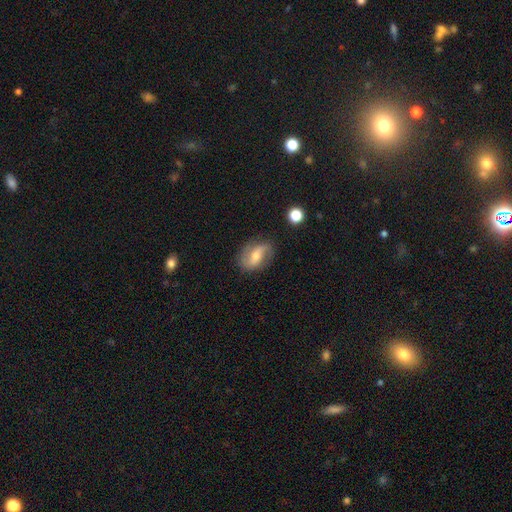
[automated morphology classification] Q: Smooth or featured?
A: featured or disk (67%); runner-up: smooth (25%)
Q: Edge-on disk?
A: no (95%); runner-up: yes (5%)
Q: Bar?
A: weak (41%); runner-up: no (34%)
Q: Spiral arms?
A: yes (88%); runner-up: no (12%)
Q: Spiral winding?
A: loose (46%); runner-up: medium (36%)
Q: Spiral arm count?
A: 2 (82%); runner-up: can't tell (8%)
Q: Bulge size?
A: moderate (59%); runner-up: small (35%)
Q: Merging?
A: none (76%); runner-up: minor disturbance (17%)